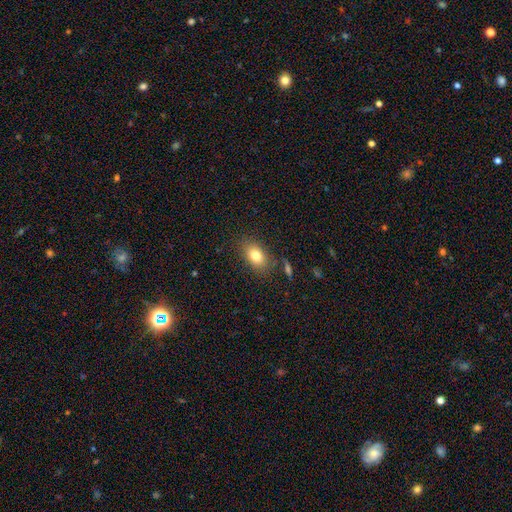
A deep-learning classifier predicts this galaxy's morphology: This appears to be a smooth galaxy with no disk features (79%) that is in between round and cigar-shaped (81%). Merging: none (80%).